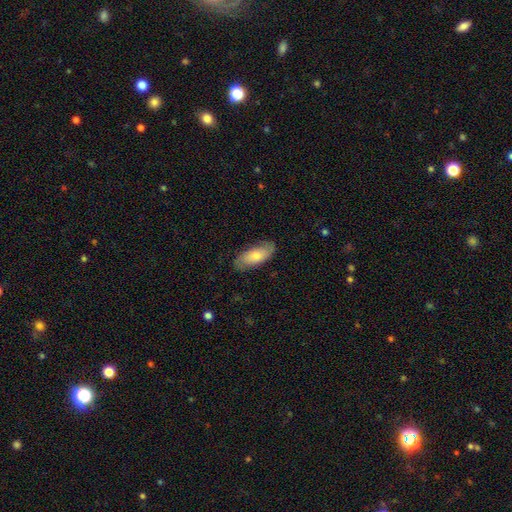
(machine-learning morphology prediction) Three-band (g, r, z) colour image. It shows a smooth galaxy with no disk features (68%) that is in between round and cigar-shaped (84%). Merging: none (81%).